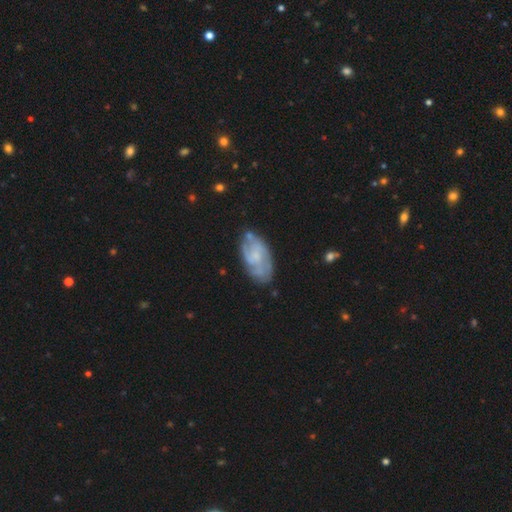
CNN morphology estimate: Smooth or featured?
  - featured or disk: 62% *
  - smooth: 31%
  - star or artifact: 7%
Edge-on disk?
  - no: 95% *
  - yes: 5%
Bar?
  - no: 66% *
  - weak: 29%
  - strong: 4%
Spiral arms?
  - yes: 77% *
  - no: 23%
Bulge size?
  - small: 46% *
  - none: 26%
  - moderate: 24%
  - large: 2%
  - dominant: 1%
Merging?
  - none: 69% *
  - minor disturbance: 21%
  - major disturbance: 7%
  - merger: 3%